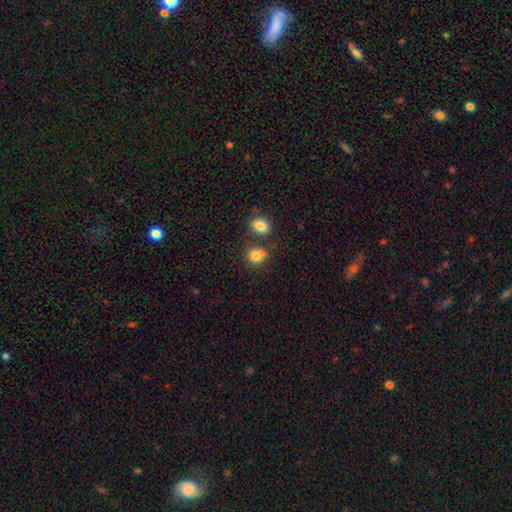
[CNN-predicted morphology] Smooth or featured? smooth (82%)
How rounded? round (65%)
Merging? none (55%)